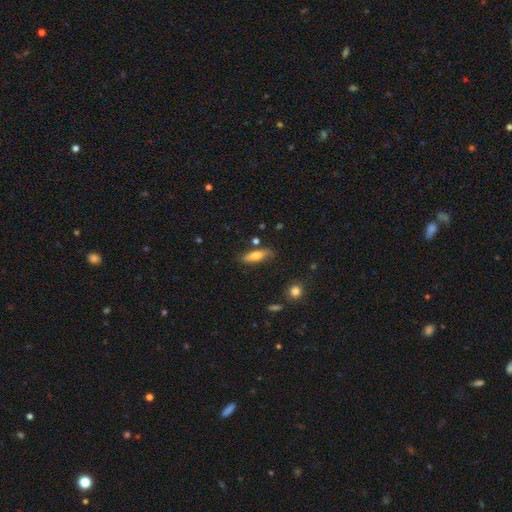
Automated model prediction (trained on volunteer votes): smooth 68%, featured or disk 25%, star or artifact 7%. Down the decision tree: how rounded — in between (50%); merging — none (78%).